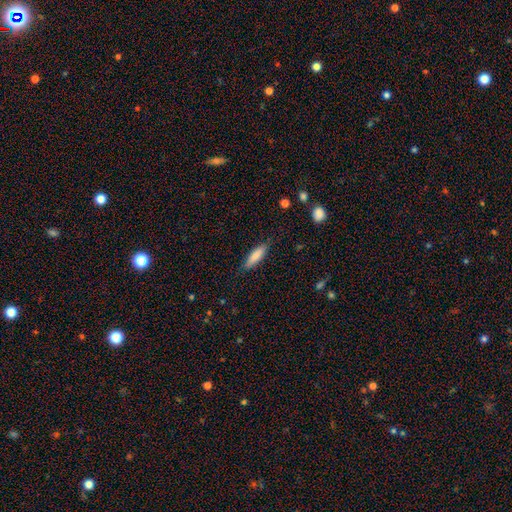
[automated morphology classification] Q: Smooth or featured?
A: smooth (81%); runner-up: featured or disk (13%)
Q: How rounded?
A: cigar-shaped (61%); runner-up: in between (37%)
Q: Merging?
A: none (82%); runner-up: minor disturbance (14%)